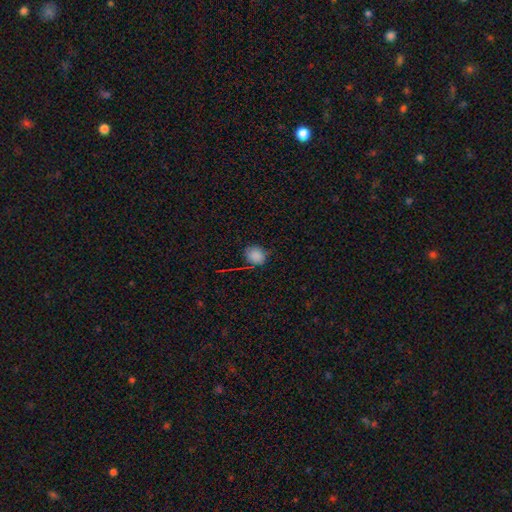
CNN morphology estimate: Smooth or featured? Predicted: smooth (p=0.81). How rounded? Predicted: round (p=0.61). Merging? Predicted: none (p=0.74).